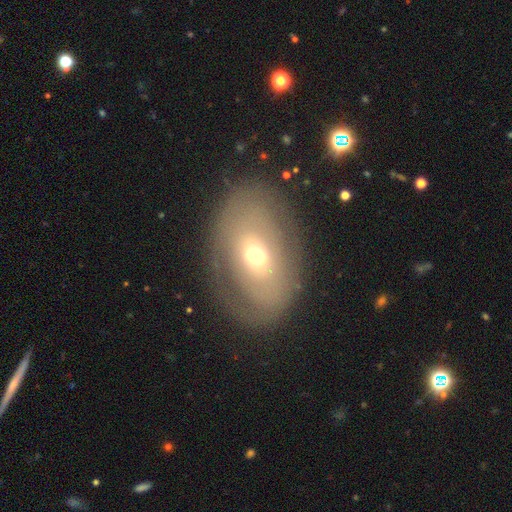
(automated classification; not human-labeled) This is possibly a featured or disk galaxy (52%). It is clearly not viewed edge-on (92%). Merging: likely none (77%).